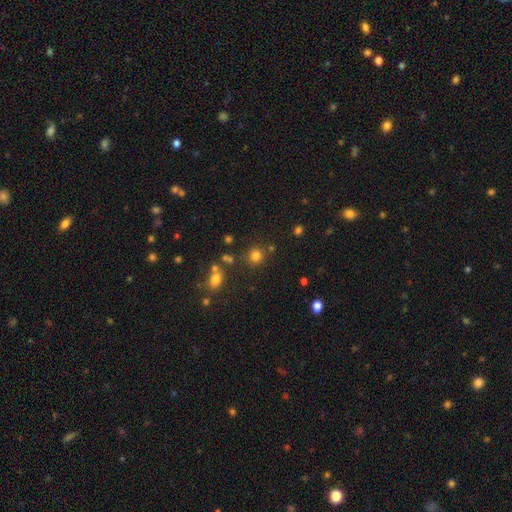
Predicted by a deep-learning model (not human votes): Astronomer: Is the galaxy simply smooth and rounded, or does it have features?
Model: smooth — 77%.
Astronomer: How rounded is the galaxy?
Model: round — 89%.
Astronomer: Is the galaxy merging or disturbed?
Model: none — 79%.